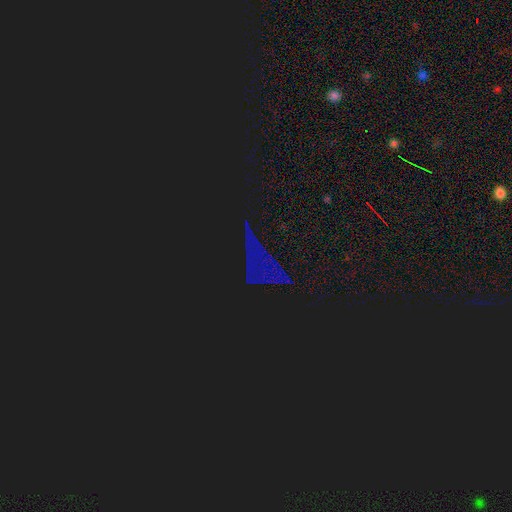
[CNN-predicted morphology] Smooth or featured? Predicted: star or artifact (p=0.80).